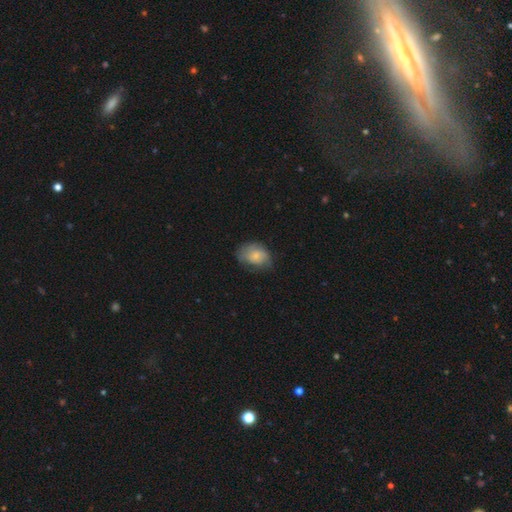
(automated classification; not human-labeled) Smooth or featured?
  - smooth: 69% *
  - featured or disk: 24%
  - star or artifact: 7%
How rounded?
  - in between: 71% *
  - round: 28%
  - cigar-shaped: 1%
Merging?
  - none: 54% *
  - minor disturbance: 33%
  - major disturbance: 12%
  - merger: 1%